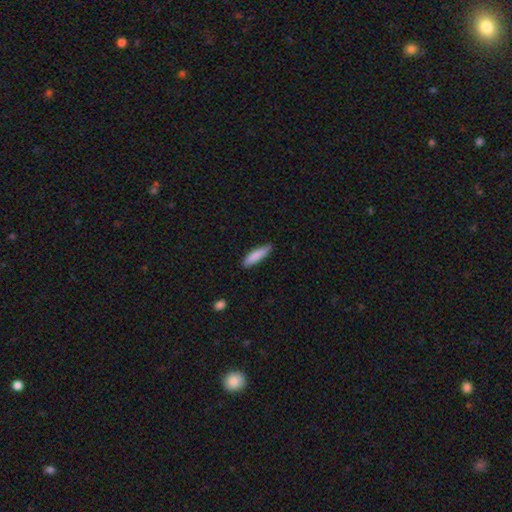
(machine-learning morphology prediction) The model was most divided on "how rounded": cigar-shaped: 74%, in between: 25%, round: 1%. More confident: smooth or featured — smooth (86%); merging — none (83%).